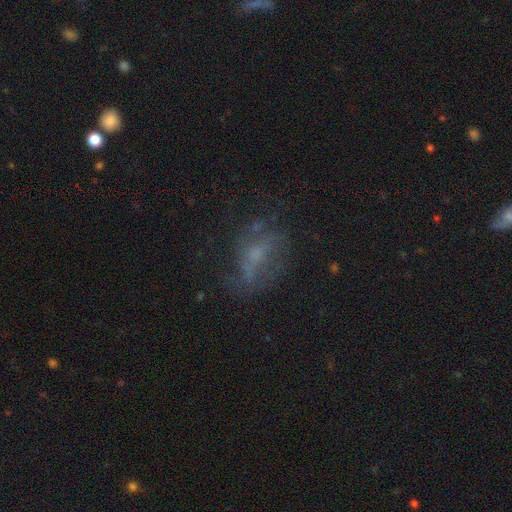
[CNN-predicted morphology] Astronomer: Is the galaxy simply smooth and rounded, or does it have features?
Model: featured or disk — 45% (runner-up: smooth, 34%).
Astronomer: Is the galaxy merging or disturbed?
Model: none — 51%.